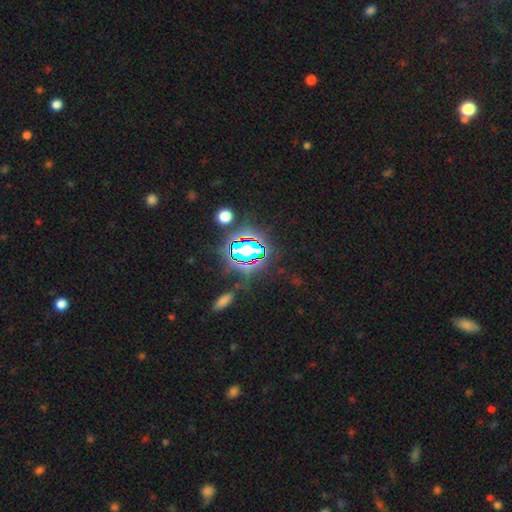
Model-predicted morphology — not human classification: Smooth or featured? Predicted: star or artifact (p=0.74).